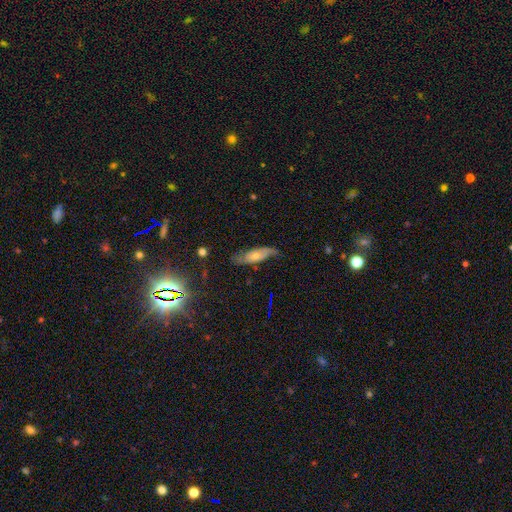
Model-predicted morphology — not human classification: Smooth or featured?
  - featured or disk: 49% *
  - smooth: 43%
  - star or artifact: 8%
Merging?
  - none: 63% *
  - minor disturbance: 27%
  - major disturbance: 8%
  - merger: 2%